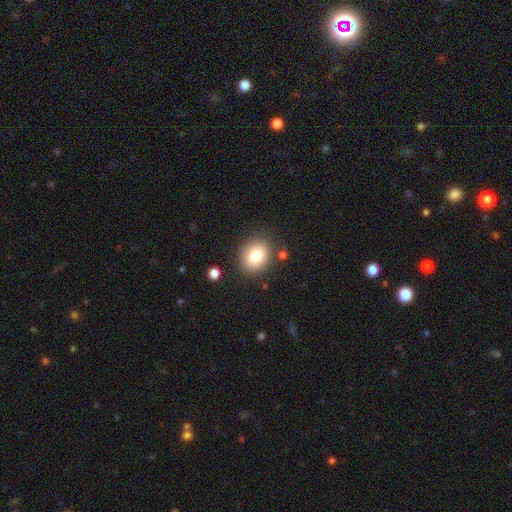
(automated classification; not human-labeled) A smooth galaxy with no disk features (82%) that is round (56%). Merging: none (83%).